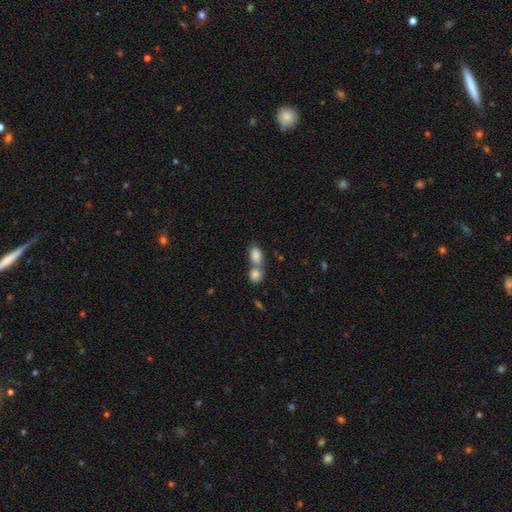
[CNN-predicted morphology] smooth 84%, star or artifact 9%, featured or disk 7%. Down the decision tree: how rounded — in between (73%); merging — merger (58%).